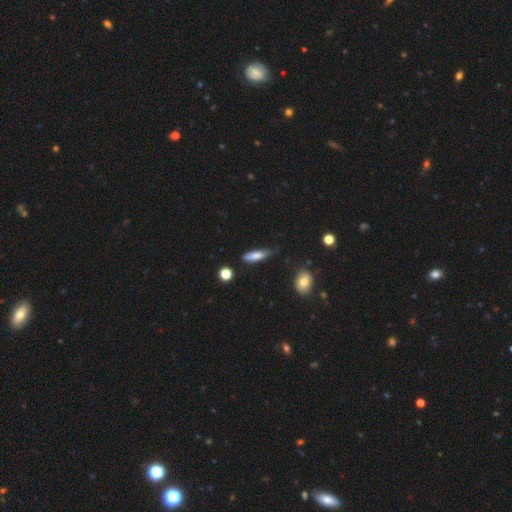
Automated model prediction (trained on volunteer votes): This is likely a smooth galaxy (71%). How rounded: likely cigar-shaped (65%). Merging: possibly none (60%).